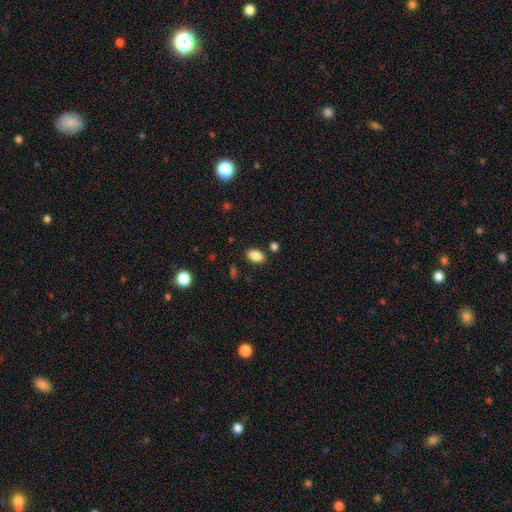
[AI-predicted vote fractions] A smooth galaxy with no disk features (86%) that is in between round and cigar-shaped (90%).

Vote fractions:
- Smooth or featured? smooth: 86% / star or artifact: 9% / featured or disk: 5%
- How rounded? in between: 90% / round: 9% / cigar-shaped: 2%
- Merging? none: 84% / minor disturbance: 10% / merger: 4% / major disturbance: 2%